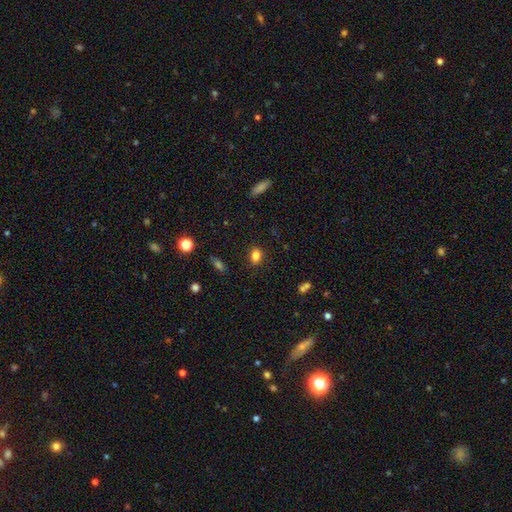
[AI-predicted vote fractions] The model was most divided on "how rounded": in between: 75%, round: 22%, cigar-shaped: 2%. More confident: merging — none (85%); smooth or featured — smooth (83%).